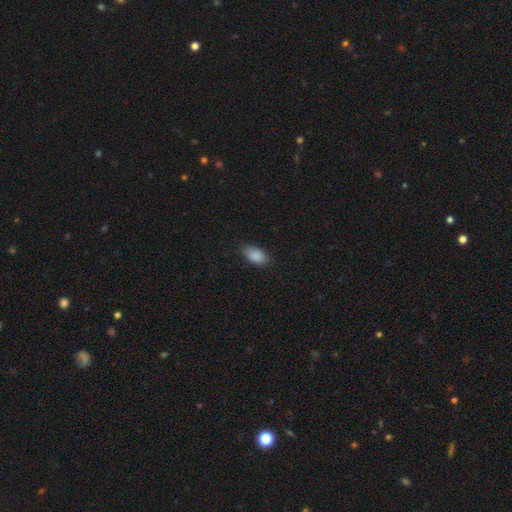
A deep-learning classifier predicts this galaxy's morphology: smooth 88%, star or artifact 8%, featured or disk 4%. Down the decision tree: how rounded — in between (92%); merging — none (79%).